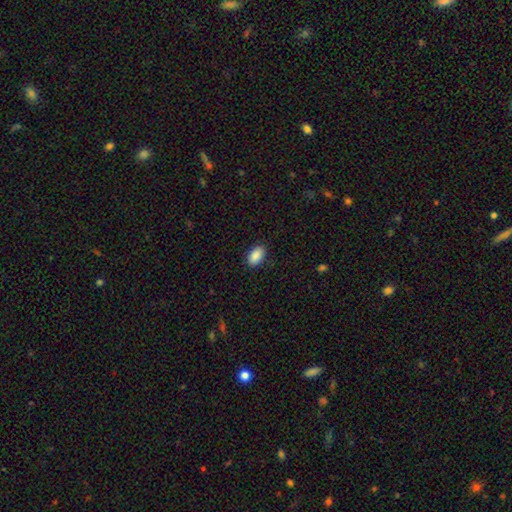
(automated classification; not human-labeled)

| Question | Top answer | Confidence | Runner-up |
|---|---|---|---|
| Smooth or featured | smooth | 90% | star or artifact (7%) |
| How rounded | in between | 94% | round (5%) |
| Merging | none | 88% | minor disturbance (9%) |